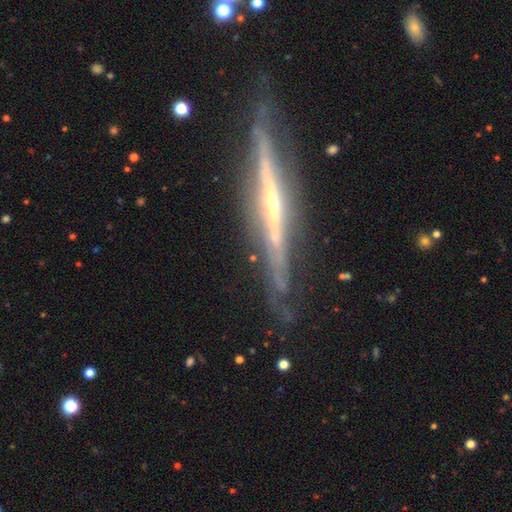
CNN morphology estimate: This appears to be a featured or disk galaxy (85%) viewed edge-on (97%) with no central bulge (48%). Merging: none (84%).